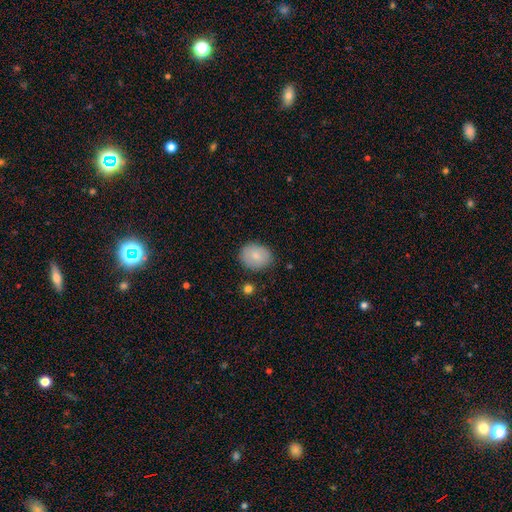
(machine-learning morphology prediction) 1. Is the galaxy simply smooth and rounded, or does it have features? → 81% smooth, 12% featured or disk, 7% star or artifact.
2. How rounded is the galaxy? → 55% round, 44% in between, 1% cigar-shaped.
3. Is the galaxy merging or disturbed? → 82% none, 13% minor disturbance, 3% major disturbance, 2% merger.